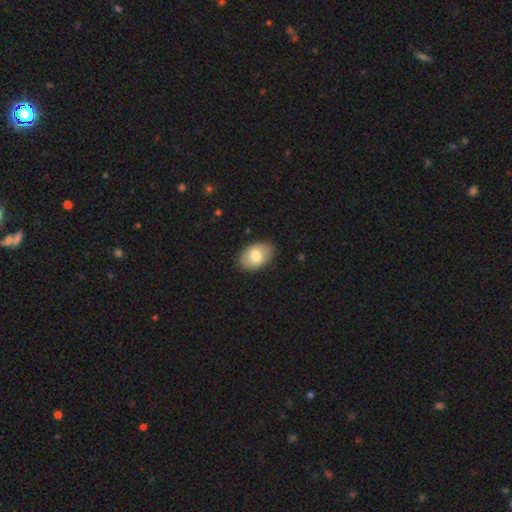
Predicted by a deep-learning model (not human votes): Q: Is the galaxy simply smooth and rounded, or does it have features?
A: smooth — 77%.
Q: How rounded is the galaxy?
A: in between — 88%.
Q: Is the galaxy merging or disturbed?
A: none — 87%.